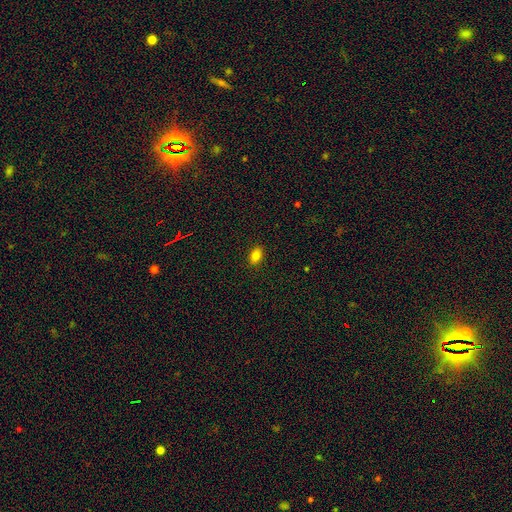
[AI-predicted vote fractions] Morphology: type=smooth (83%); roundness=in between (85%); merging=none (89%).